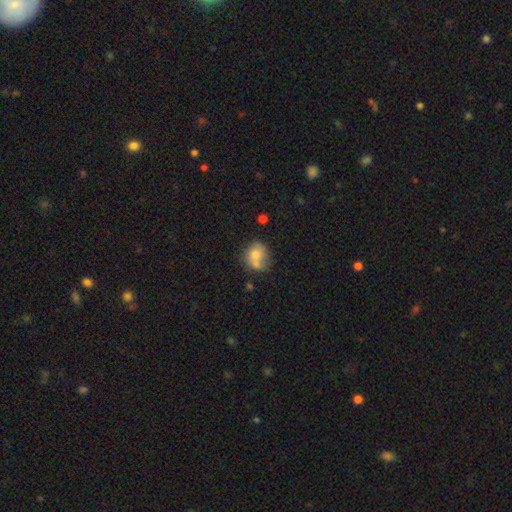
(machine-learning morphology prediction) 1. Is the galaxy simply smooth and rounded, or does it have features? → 71% smooth, 20% featured or disk, 9% star or artifact.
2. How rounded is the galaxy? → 73% round, 26% in between, 1% cigar-shaped.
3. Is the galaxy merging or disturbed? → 40% none, 38% merger, 16% minor disturbance, 6% major disturbance.